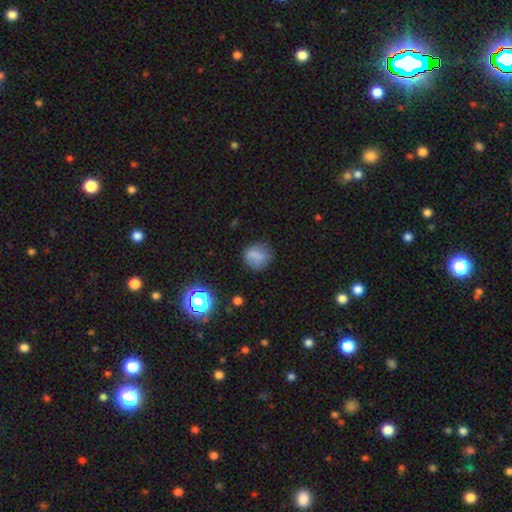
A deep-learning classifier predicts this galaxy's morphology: smooth-or-featured: smooth: 75% | featured or disk: 13% | star or artifact: 12%
  how-rounded: round: 70% | in between: 28% | cigar-shaped: 2%
  merging: none: 66% | minor disturbance: 22% | major disturbance: 9% | merger: 3%